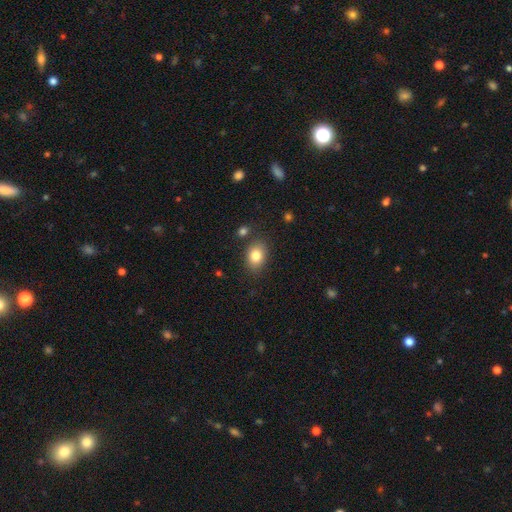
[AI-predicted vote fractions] The model was most divided on "how rounded": in between: 69%, round: 30%, cigar-shaped: 1%. More confident: smooth or featured — smooth (82%); merging — none (81%).